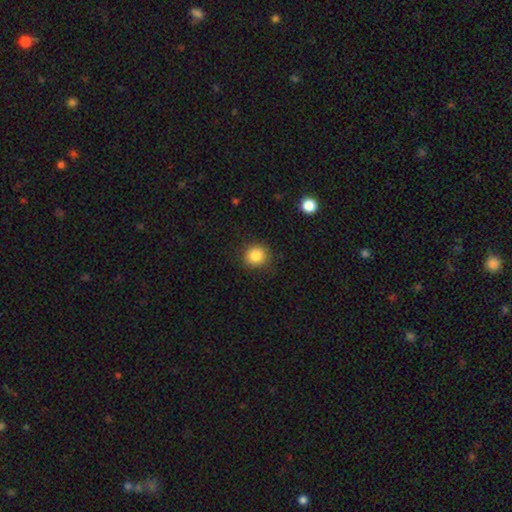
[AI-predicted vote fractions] Q: Smooth or featured?
A: smooth (85%); runner-up: star or artifact (10%)
Q: How rounded?
A: round (87%); runner-up: in between (12%)
Q: Merging?
A: none (88%); runner-up: minor disturbance (9%)